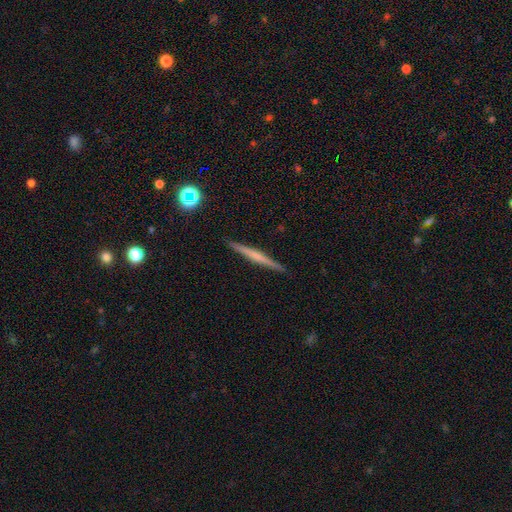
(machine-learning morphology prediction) Q: Smooth or featured?
A: featured or disk (60%); runner-up: smooth (33%)
Q: Edge-on disk?
A: yes (98%); runner-up: no (2%)
Q: Edge-on bulge?
A: none (58%); runner-up: rounded (29%)
Q: Merging?
A: none (92%); runner-up: minor disturbance (6%)